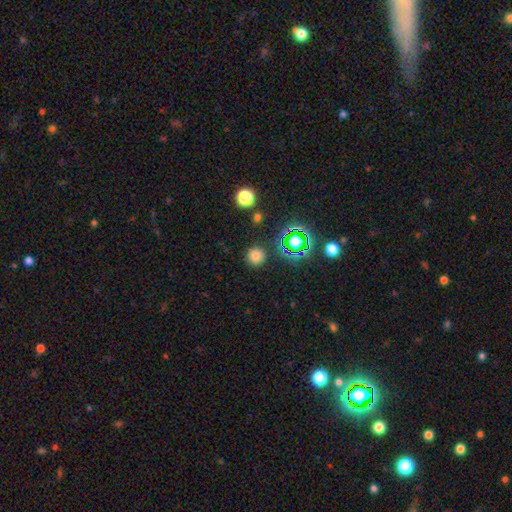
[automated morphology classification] type=smooth (72%); roundness=round (94%); merging=none (87%).